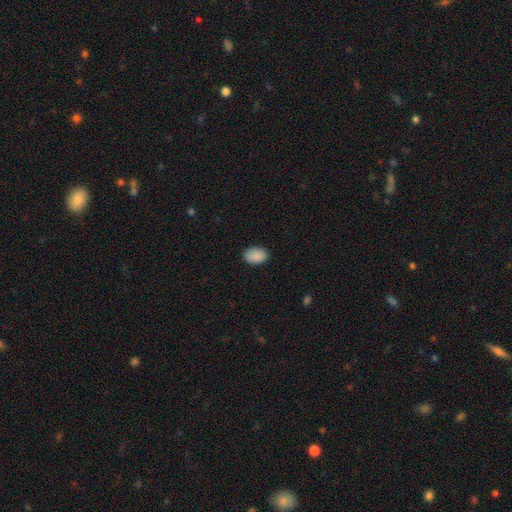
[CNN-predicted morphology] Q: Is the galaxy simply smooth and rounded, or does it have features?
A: smooth — 90%.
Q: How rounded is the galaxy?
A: in between — 86%.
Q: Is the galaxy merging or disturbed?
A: none — 87%.